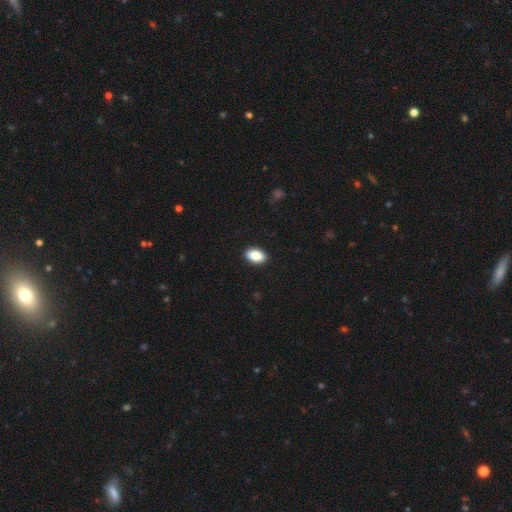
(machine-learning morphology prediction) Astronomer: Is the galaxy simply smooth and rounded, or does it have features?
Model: smooth — 84%.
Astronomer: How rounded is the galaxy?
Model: in between — 89%.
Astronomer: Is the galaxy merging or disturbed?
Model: none — 91%.